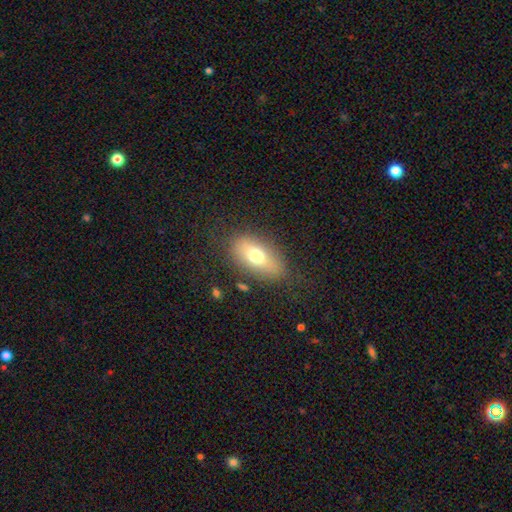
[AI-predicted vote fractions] Smooth or featured? smooth (69%)
How rounded? in between (85%)
Merging? none (78%)